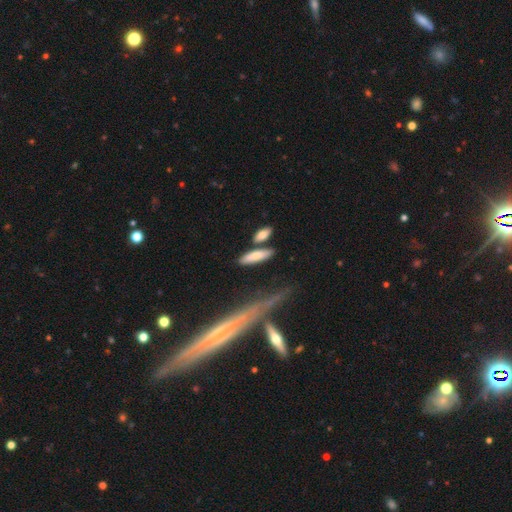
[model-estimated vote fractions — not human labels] Smooth or featured: smooth — 75% (featured or disk — 19%)
How rounded: cigar-shaped — 50% (in between — 47%)
Merging: none — 69% (merger — 14%)